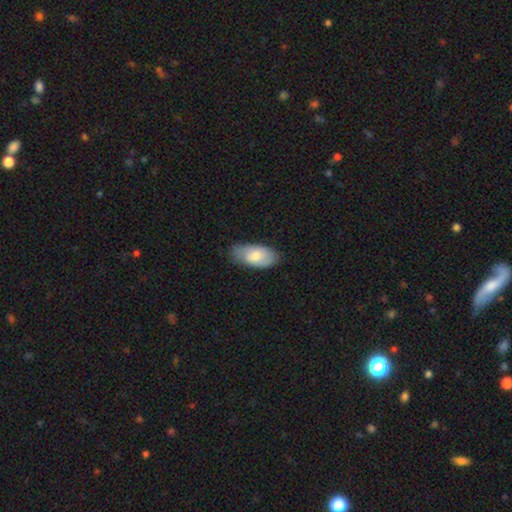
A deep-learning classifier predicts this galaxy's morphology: Q: Smooth or featured?
A: smooth (71%); runner-up: featured or disk (23%)
Q: How rounded?
A: in between (92%); runner-up: cigar-shaped (5%)
Q: Merging?
A: none (78%); runner-up: minor disturbance (18%)